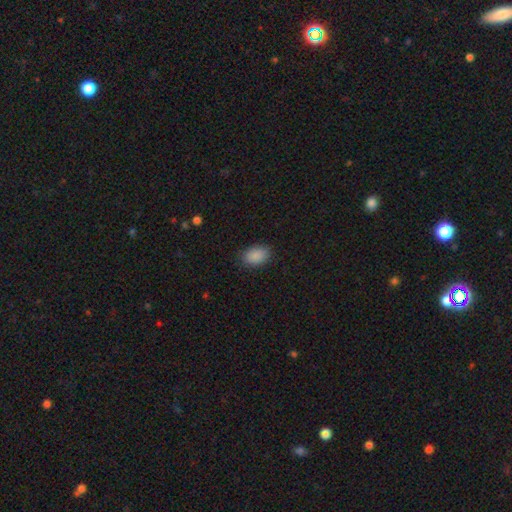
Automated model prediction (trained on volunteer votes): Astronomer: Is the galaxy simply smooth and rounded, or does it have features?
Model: smooth — 89%.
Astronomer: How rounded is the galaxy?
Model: in between — 87%.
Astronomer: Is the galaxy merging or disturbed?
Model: none — 85%.